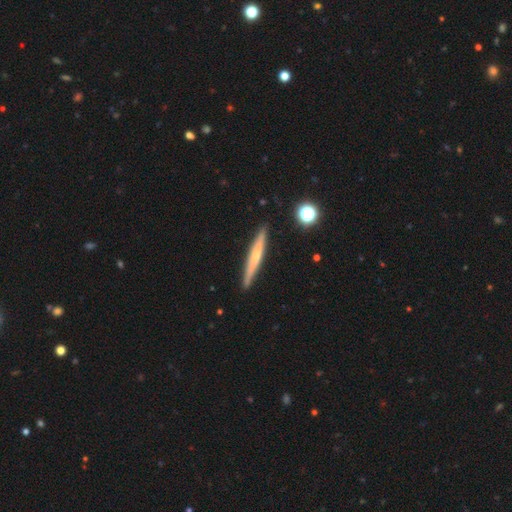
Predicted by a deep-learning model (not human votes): Morphology: type=featured or disk (51%); edge-on=yes (95%); merging=none (89%).